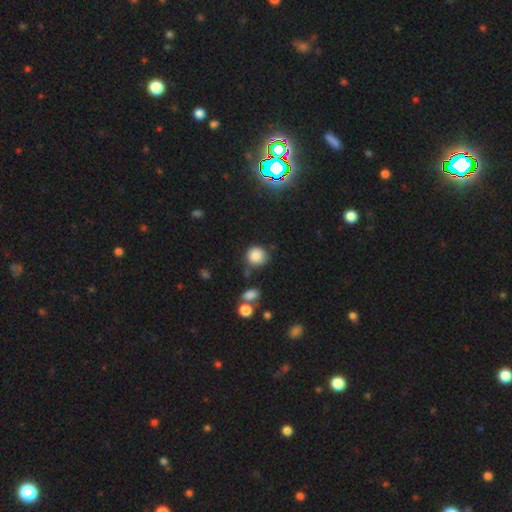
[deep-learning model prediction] This is clearly a smooth galaxy (84%). How rounded: clearly round (88%). Merging: likely none (73%).